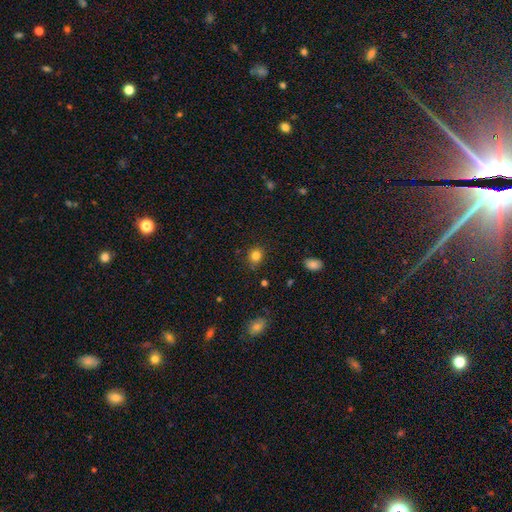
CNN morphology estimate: type=smooth (82%); roundness=round (79%); merging=none (84%).